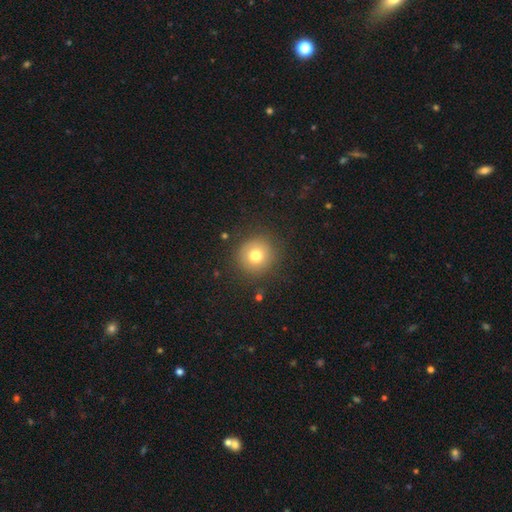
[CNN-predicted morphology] A smooth galaxy with no disk features (74%) that is round (93%).

Vote fractions:
- Smooth or featured? smooth: 74% / star or artifact: 13% / featured or disk: 13%
- How rounded? round: 93% / in between: 6% / cigar-shaped: 1%
- Merging? none: 87% / minor disturbance: 8% / major disturbance: 4% / merger: 1%